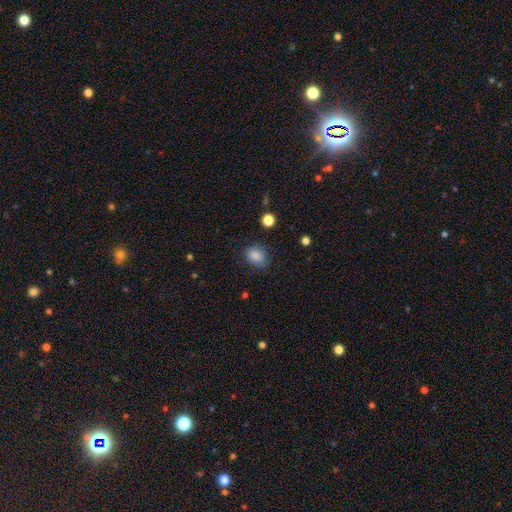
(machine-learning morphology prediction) type=smooth (86%); roundness=round (51%); merging=none (78%).